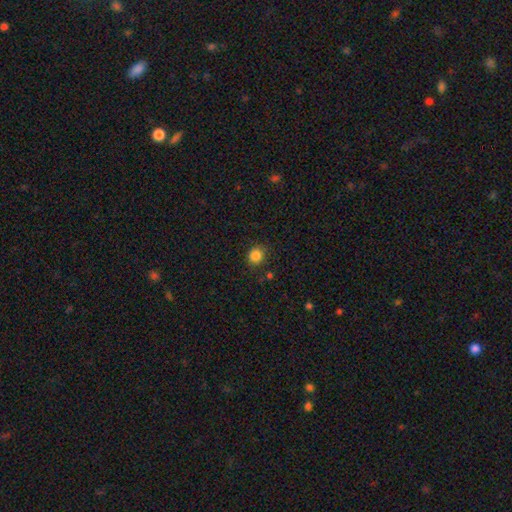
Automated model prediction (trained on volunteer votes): A smooth galaxy with no disk features (85%) that is round (83%).

Vote fractions:
- Smooth or featured? smooth: 85% / star or artifact: 11% / featured or disk: 4%
- How rounded? round: 83% / in between: 16% / cigar-shaped: 1%
- Merging? none: 83% / minor disturbance: 12% / major disturbance: 3% / merger: 2%